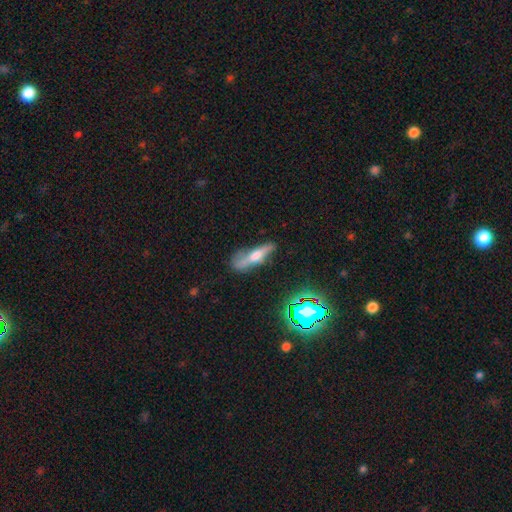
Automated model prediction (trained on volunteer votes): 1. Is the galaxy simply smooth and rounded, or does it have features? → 48% featured or disk, 42% smooth, 11% star or artifact.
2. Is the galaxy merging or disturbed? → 61% none, 25% minor disturbance, 10% major disturbance, 4% merger.